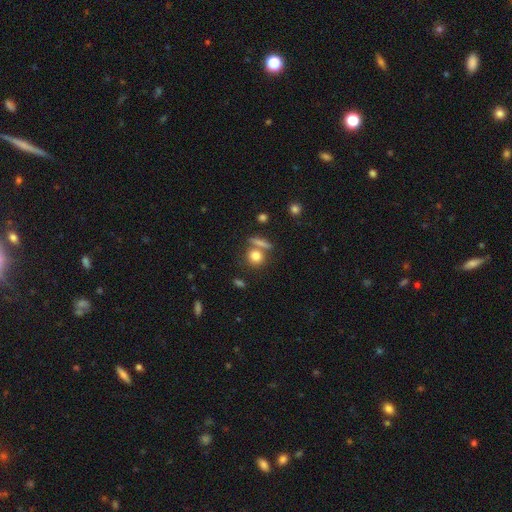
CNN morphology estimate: Smooth or featured?
  - smooth: 79% *
  - featured or disk: 11%
  - star or artifact: 11%
How rounded?
  - round: 74% *
  - in between: 20%
  - cigar-shaped: 5%
Merging?
  - none: 63% *
  - merger: 23%
  - minor disturbance: 10%
  - major disturbance: 4%